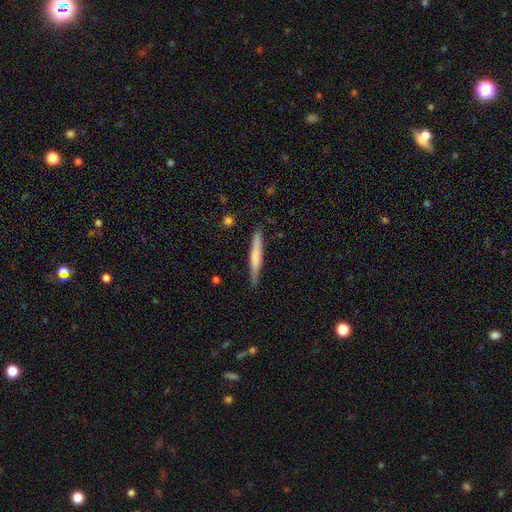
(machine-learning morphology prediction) Smooth or featured: smooth — 62% (featured or disk — 33%)
How rounded: cigar-shaped — 95% (in between — 3%)
Merging: none — 85% (minor disturbance — 12%)